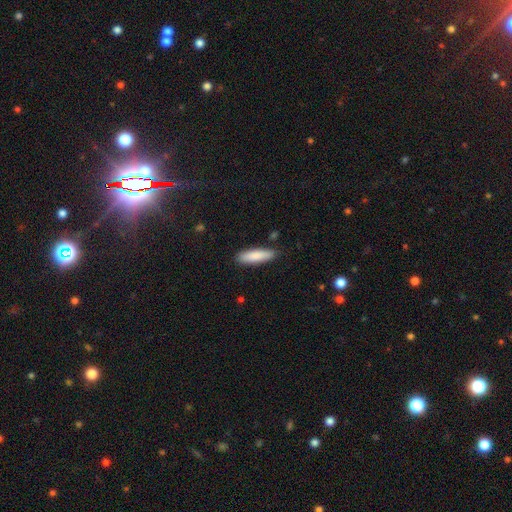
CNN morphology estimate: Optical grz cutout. It shows a smooth galaxy with no disk features (85%) that is cigar-shaped (63%). Merging: none (86%).